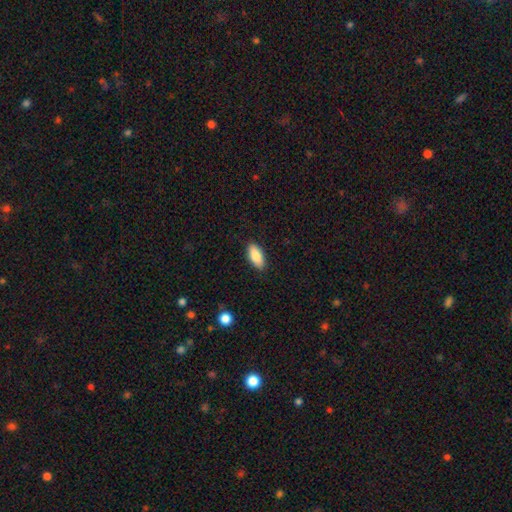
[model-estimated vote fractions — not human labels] A smooth galaxy with no disk features (86%) that is in between round and cigar-shaped (85%). Merging: none (88%).